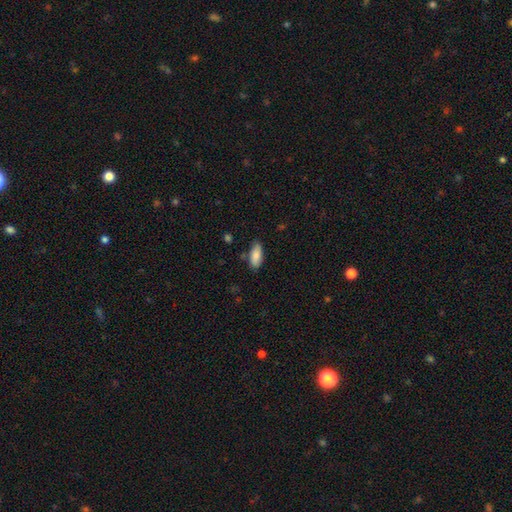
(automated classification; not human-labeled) Q: Smooth or featured?
A: smooth (86%); runner-up: featured or disk (8%)
Q: How rounded?
A: in between (85%); runner-up: cigar-shaped (13%)
Q: Merging?
A: none (79%); runner-up: minor disturbance (16%)